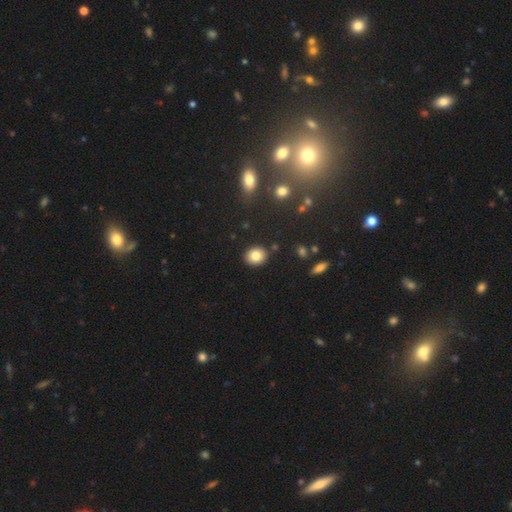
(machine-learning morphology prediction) This appears to be a smooth galaxy with no disk features (83%) that is round (62%). Merging: none (88%).